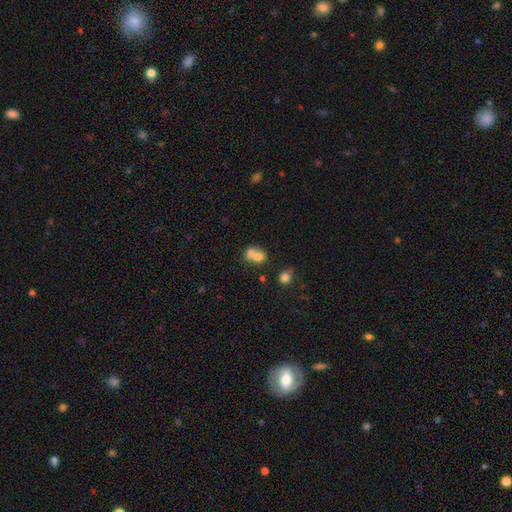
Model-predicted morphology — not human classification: smooth_or_featured: smooth (p=0.70) [alt: featured or disk p=0.19]
how_rounded: round (p=0.60) [alt: in between p=0.39]
merging: merger (p=0.66) [alt: none p=0.24]